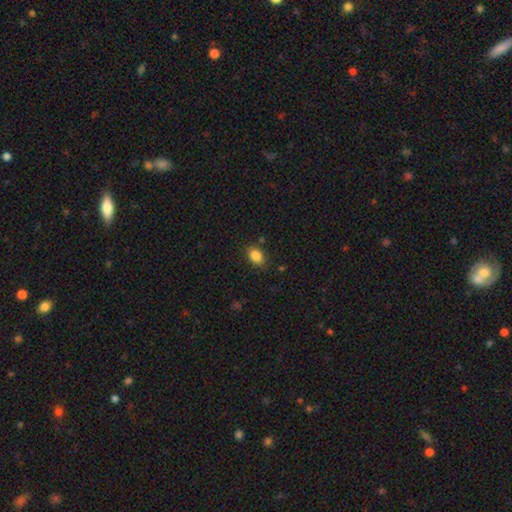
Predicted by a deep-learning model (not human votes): This is clearly a smooth galaxy (86%). How rounded: clearly in between (83%). Merging: clearly none (81%).